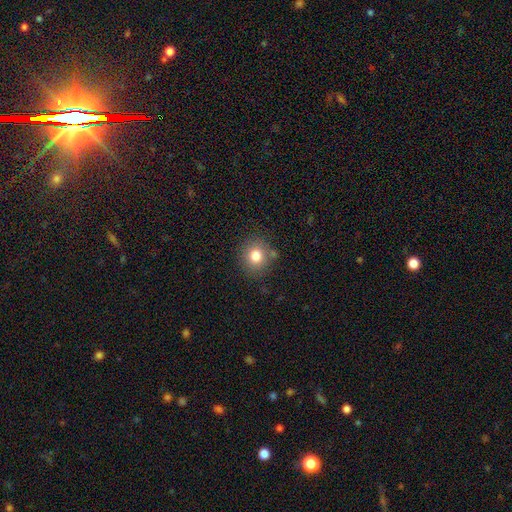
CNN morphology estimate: The model was most divided on "smooth or featured": smooth: 80%, star or artifact: 12%, featured or disk: 9%. More confident: how rounded — round (85%); merging — none (81%).